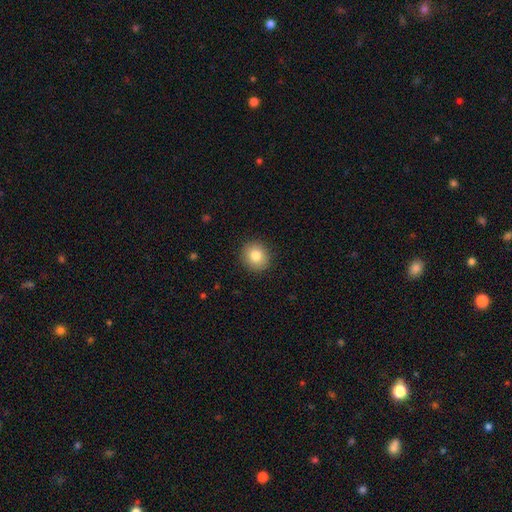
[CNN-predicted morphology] smooth-or-featured: smooth: 81% | star or artifact: 10% | featured or disk: 9%
  how-rounded: round: 86% | in between: 13% | cigar-shaped: 1%
  merging: none: 91% | minor disturbance: 6% | major disturbance: 2% | merger: 1%